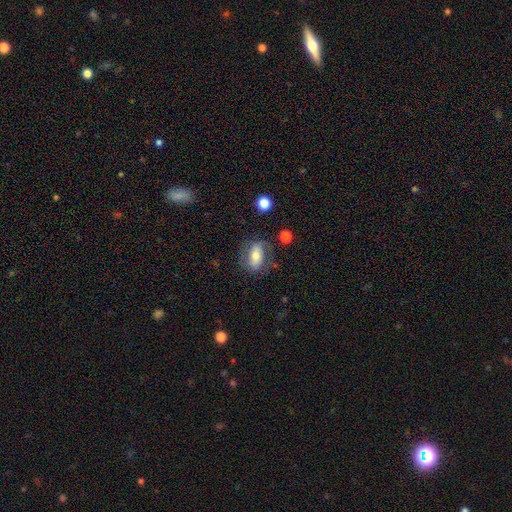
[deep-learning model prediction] The model was most divided on "smooth or featured": featured or disk: 49%, smooth: 43%, star or artifact: 8%. More confident: merging — none (64%).